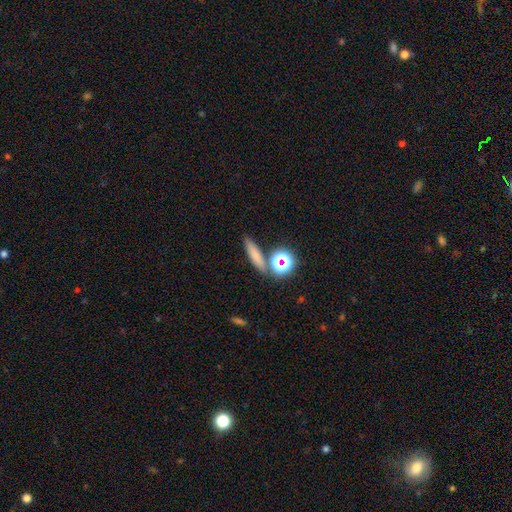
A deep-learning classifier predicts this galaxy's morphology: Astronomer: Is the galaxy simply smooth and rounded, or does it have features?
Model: smooth — 69%.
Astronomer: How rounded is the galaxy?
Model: cigar-shaped — 60%.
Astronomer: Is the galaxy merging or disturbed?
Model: none — 78%.